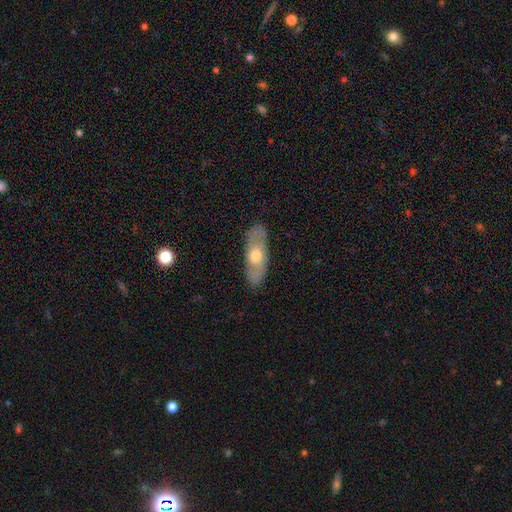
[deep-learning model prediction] Smooth or featured?
  - featured or disk: 55% *
  - smooth: 39%
  - star or artifact: 6%
Edge-on disk?
  - no: 70% *
  - yes: 30%
Merging?
  - none: 86% *
  - minor disturbance: 11%
  - major disturbance: 2%
  - merger: 1%